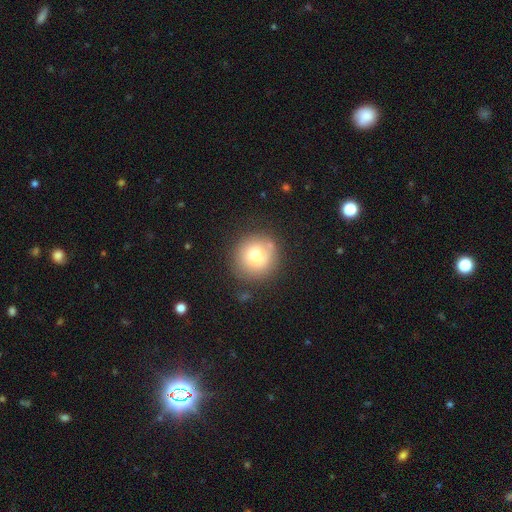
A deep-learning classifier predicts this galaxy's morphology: Smooth or featured? smooth (74%)
How rounded? round (94%)
Merging? none (80%)